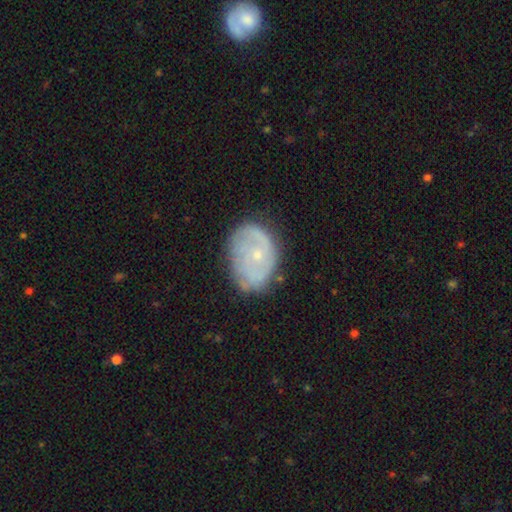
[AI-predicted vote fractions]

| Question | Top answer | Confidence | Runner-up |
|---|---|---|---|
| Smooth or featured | featured or disk | 63% | smooth (29%) |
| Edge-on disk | no | 96% | yes (4%) |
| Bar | no | 81% | weak (16%) |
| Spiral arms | yes | 70% | no (30%) |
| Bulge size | small | 77% | moderate (20%) |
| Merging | none | 63% | minor disturbance (26%) |